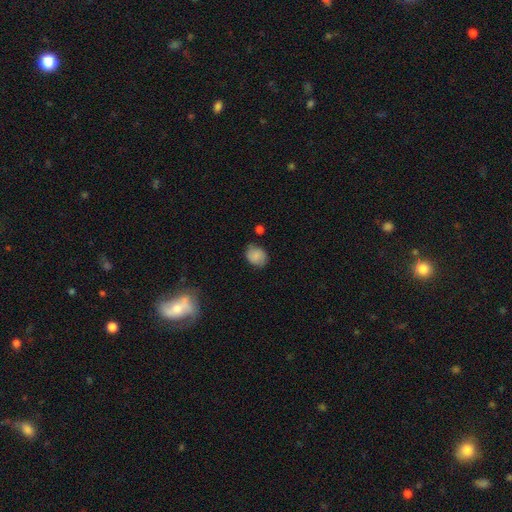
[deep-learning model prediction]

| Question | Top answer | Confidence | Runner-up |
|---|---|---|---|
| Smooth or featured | smooth | 73% | featured or disk (17%) |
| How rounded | round | 52% | in between (47%) |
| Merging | none | 72% | minor disturbance (20%) |